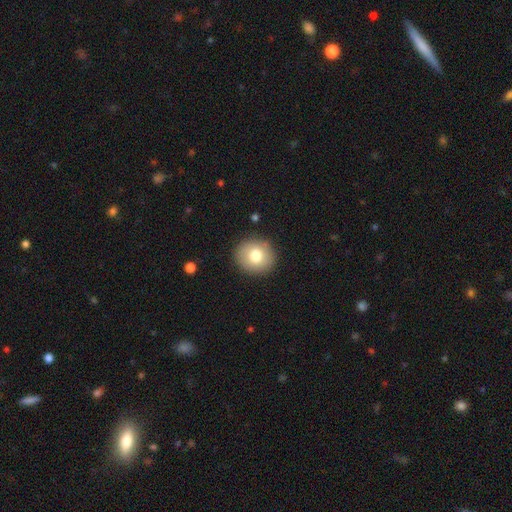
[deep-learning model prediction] Smooth or featured?
  - smooth: 77% *
  - featured or disk: 14%
  - star or artifact: 9%
How rounded?
  - round: 86% *
  - in between: 13%
  - cigar-shaped: 1%
Merging?
  - none: 89% *
  - minor disturbance: 7%
  - major disturbance: 2%
  - merger: 1%